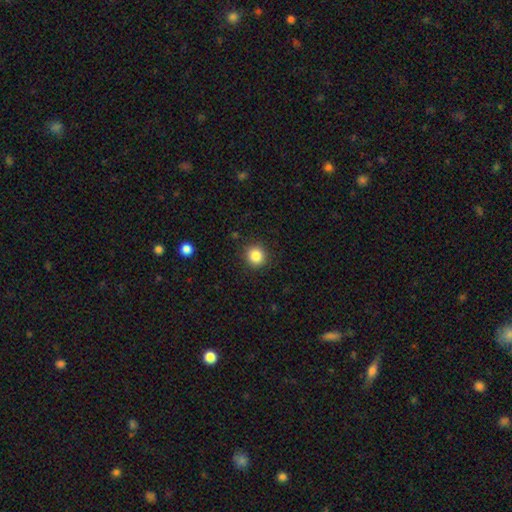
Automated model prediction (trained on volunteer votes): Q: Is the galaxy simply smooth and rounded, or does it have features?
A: smooth — 86%.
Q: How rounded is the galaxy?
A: round — 90%.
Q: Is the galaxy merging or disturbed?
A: none — 90%.